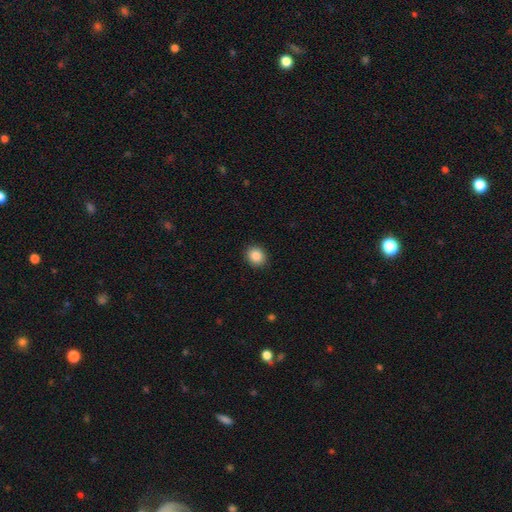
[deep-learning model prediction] Smooth or featured? smooth (87%)
How rounded? round (69%)
Merging? none (90%)